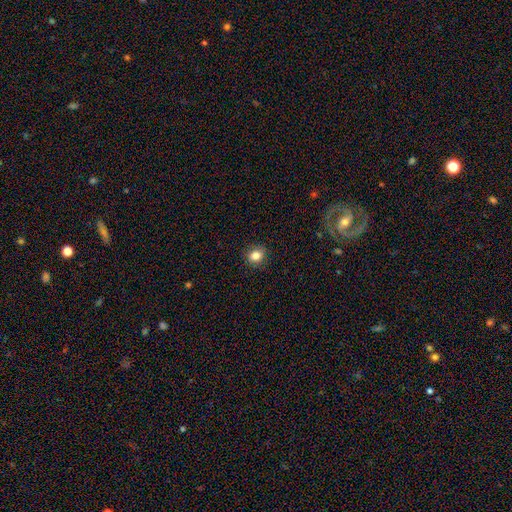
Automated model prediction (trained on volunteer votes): Overall: smooth (84%). How rounded: round (65%; in between 34%). Merging: none (89%).